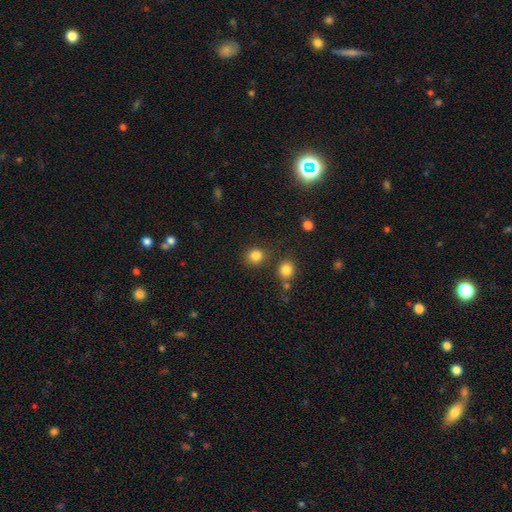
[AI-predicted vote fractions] The model was most divided on "how rounded": round: 79%, in between: 20%, cigar-shaped: 1%. More confident: smooth or featured — smooth (84%); merging — none (79%).